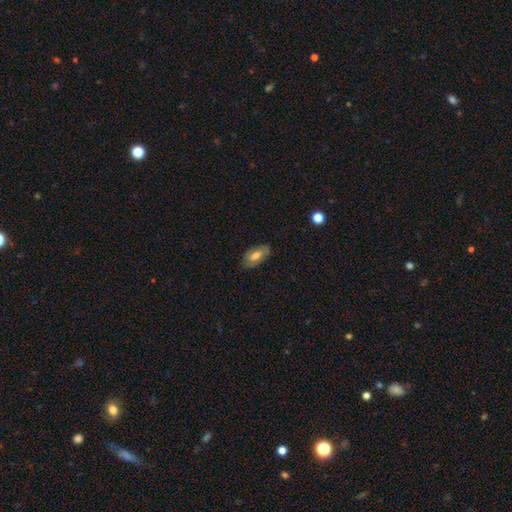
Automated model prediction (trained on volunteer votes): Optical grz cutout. It shows a smooth galaxy with no disk features (67%) that is in between round and cigar-shaped (89%). Merging: none (78%).